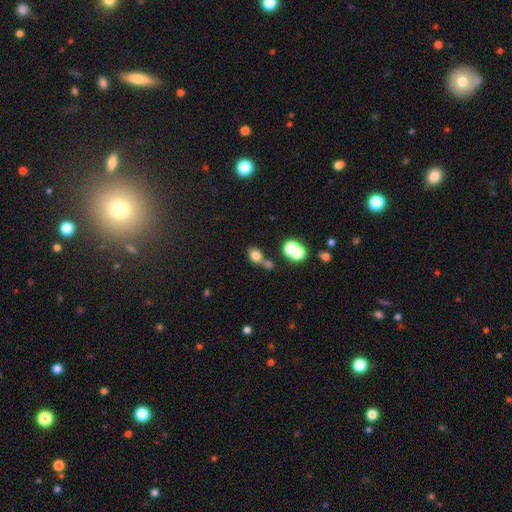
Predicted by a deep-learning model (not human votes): Smooth or featured? Predicted: smooth (p=0.76). How rounded? Predicted: in between (p=0.56). Merging? Predicted: none (p=0.57).